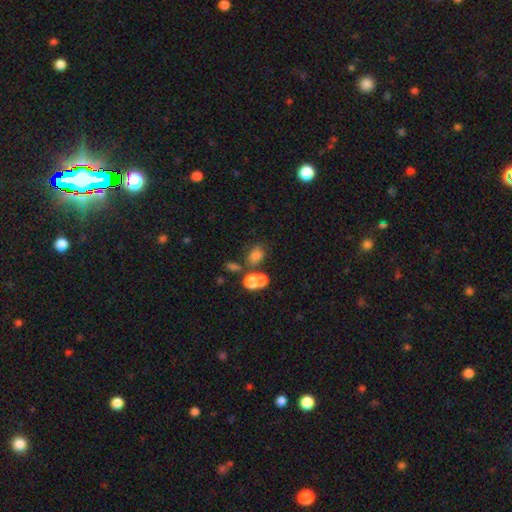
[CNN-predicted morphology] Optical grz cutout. It shows a smooth galaxy with no disk features (74%) that is in between round and cigar-shaped (55%). Merging: none (50%).